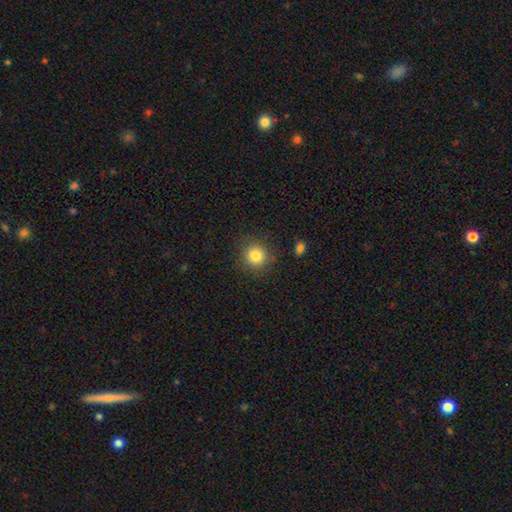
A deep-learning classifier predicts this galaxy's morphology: smooth-or-featured: smooth: 83% | star or artifact: 11% | featured or disk: 6%
  how-rounded: round: 90% | in between: 9% | cigar-shaped: 1%
  merging: none: 86% | minor disturbance: 9% | major disturbance: 3% | merger: 2%